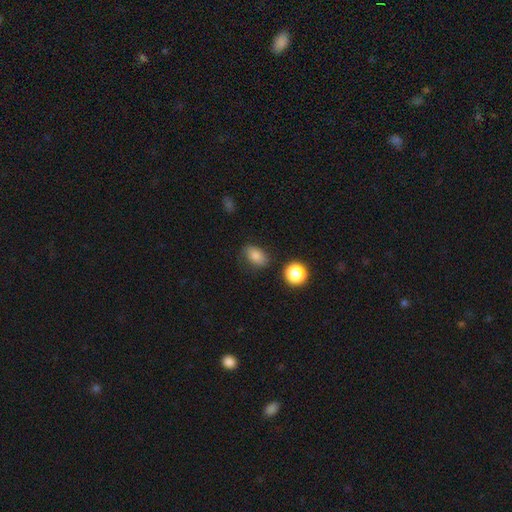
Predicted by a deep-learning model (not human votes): Q: Smooth or featured?
A: smooth (81%); runner-up: star or artifact (11%)
Q: How rounded?
A: in between (81%); runner-up: round (17%)
Q: Merging?
A: none (76%); runner-up: minor disturbance (16%)